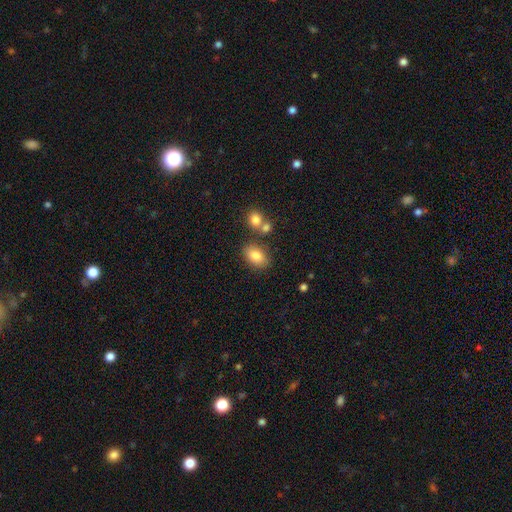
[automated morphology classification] Q: Smooth or featured?
A: smooth (83%); runner-up: featured or disk (9%)
Q: How rounded?
A: in between (87%); runner-up: round (12%)
Q: Merging?
A: none (73%); runner-up: merger (12%)